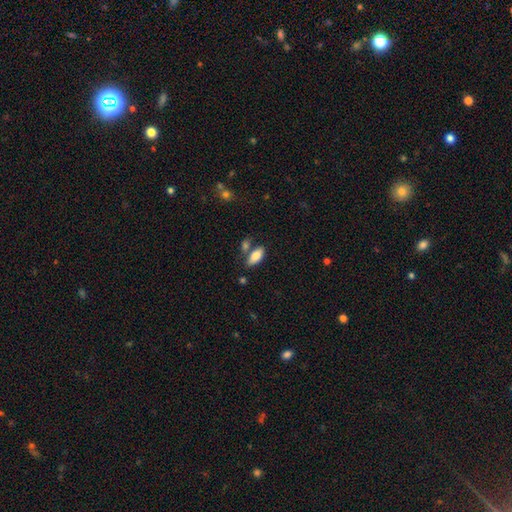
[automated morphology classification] This is clearly a smooth galaxy (83%). How rounded: clearly in between (86%). Merging: likely none (63%).